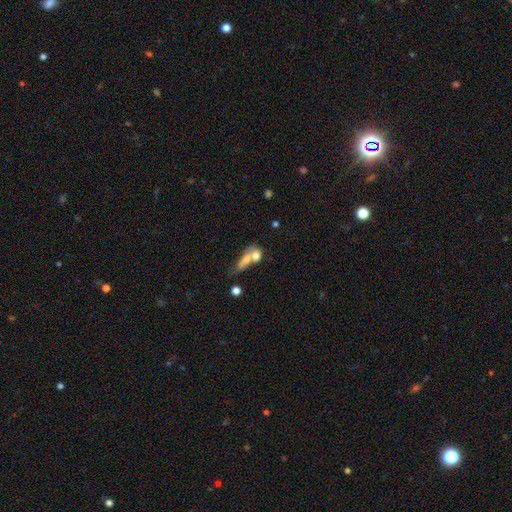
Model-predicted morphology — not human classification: The model was most divided on "how rounded": in between: 50%, round: 35%, cigar-shaped: 15%. More confident: smooth or featured — smooth (66%); merging — merger (58%).